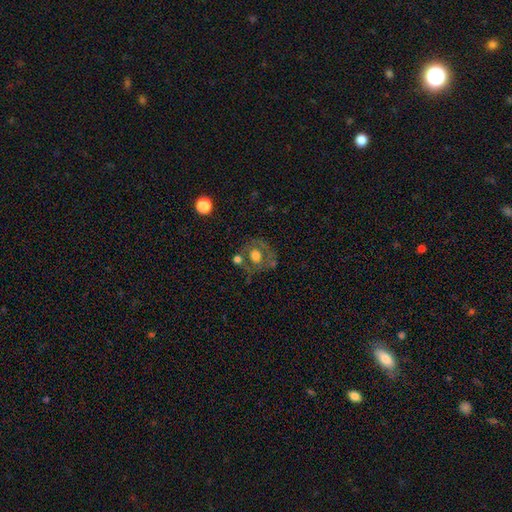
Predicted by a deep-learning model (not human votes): Overall: smooth (48%; featured or disk 42%). Merging: none (56%; minor disturbance 17%).